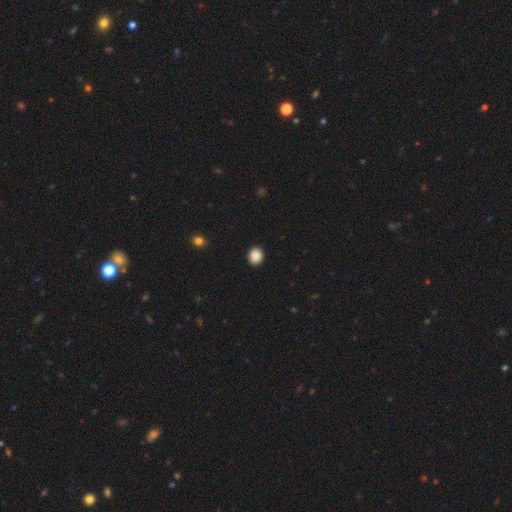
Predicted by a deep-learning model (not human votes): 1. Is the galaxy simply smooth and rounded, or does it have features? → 89% smooth, 9% star or artifact, 2% featured or disk.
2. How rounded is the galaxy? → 71% round, 28% in between, 1% cigar-shaped.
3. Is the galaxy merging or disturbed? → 92% none, 5% minor disturbance, 2% major disturbance, 1% merger.